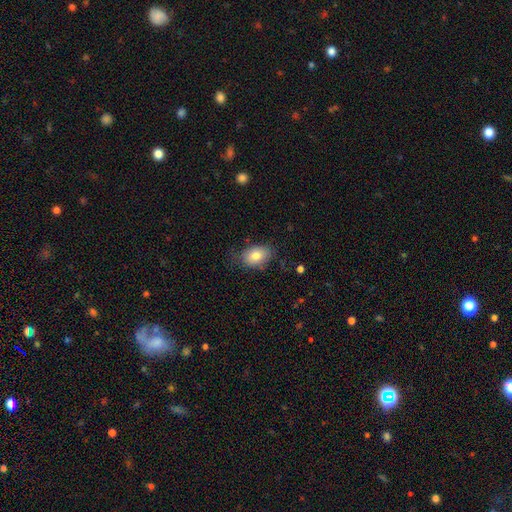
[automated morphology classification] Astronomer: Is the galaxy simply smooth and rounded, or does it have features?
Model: smooth — 81%.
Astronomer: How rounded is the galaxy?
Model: in between — 84%.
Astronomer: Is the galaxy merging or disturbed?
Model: none — 70%.